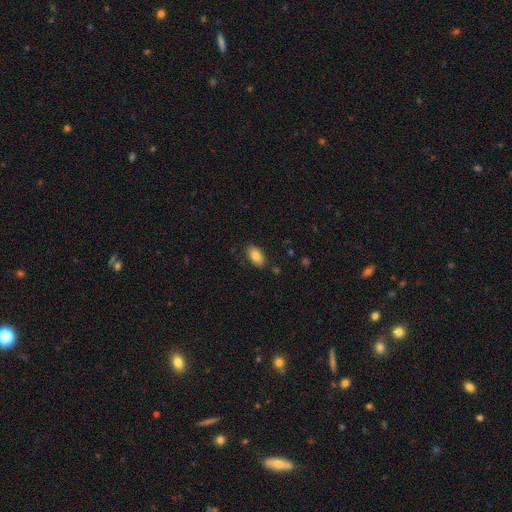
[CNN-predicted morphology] Overall: smooth (83%). How rounded: in between (93%). Merging: none (84%).